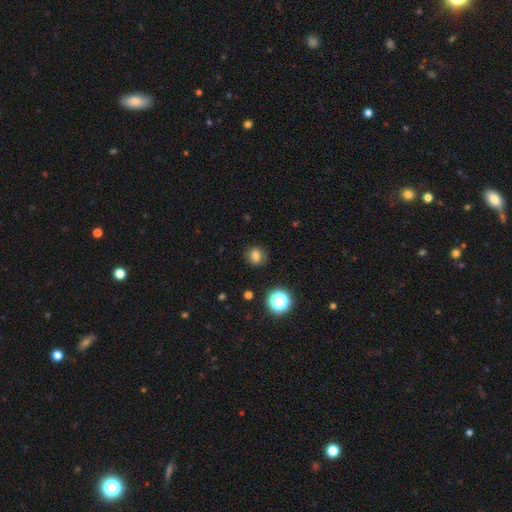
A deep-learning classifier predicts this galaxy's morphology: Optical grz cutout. It shows a smooth galaxy with no disk features (77%) that is round (78%). Merging: none (87%).